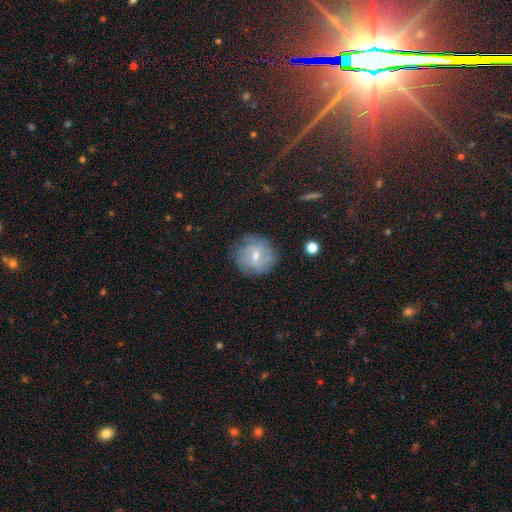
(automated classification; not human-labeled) A featured or disk galaxy (50%). Merging: none (70%).